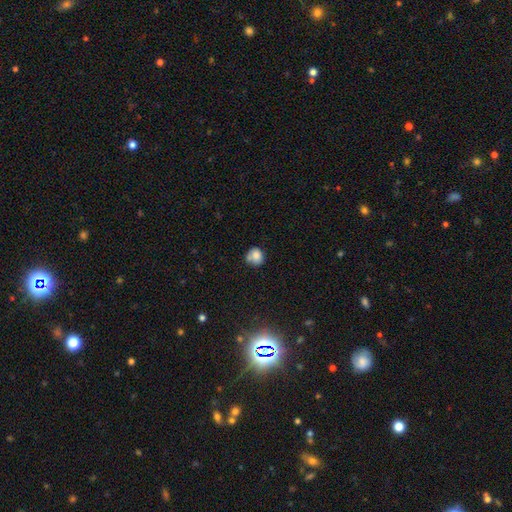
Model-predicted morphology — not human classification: smooth 79%, featured or disk 11%, star or artifact 10%. Down the decision tree: how rounded — round (78%); merging — none (57%).